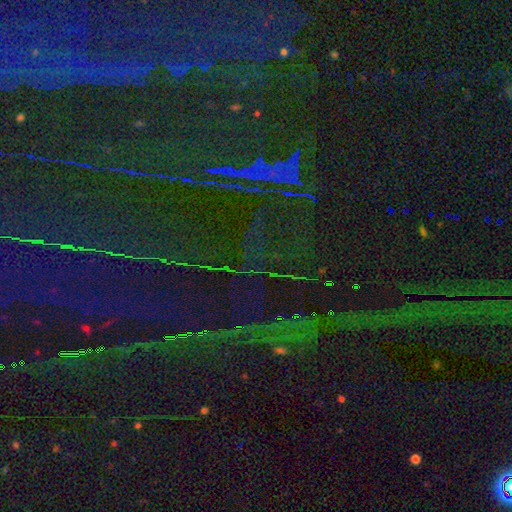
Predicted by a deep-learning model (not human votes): Smooth or featured? star or artifact (86%)